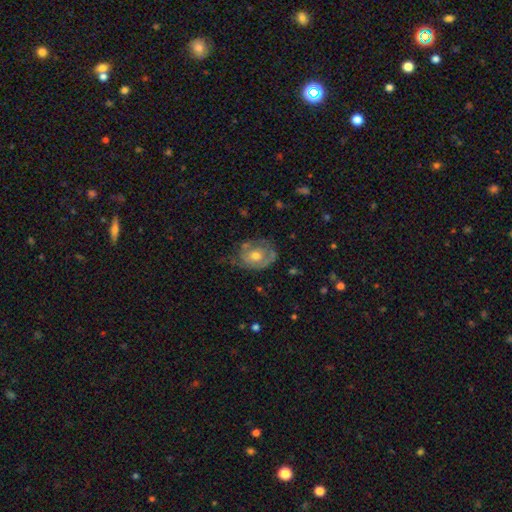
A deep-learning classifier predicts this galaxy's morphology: This is possibly a featured or disk galaxy (54%). It is clearly not viewed edge-on (96%). Bar: clearly no (84%). Spiral arm pattern: possibly yes (53%). Central bulge: likely moderate (65%). Merging: possibly none (48%).